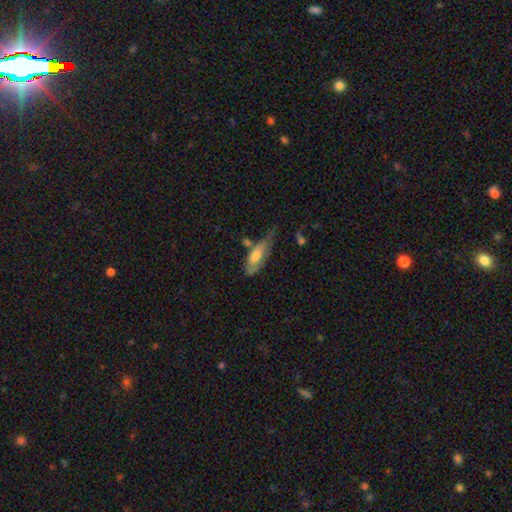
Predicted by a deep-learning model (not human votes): smooth_or_featured: smooth (p=0.55) [alt: featured or disk p=0.39]
how_rounded: in between (p=0.70) [alt: cigar-shaped p=0.27]
merging: minor disturbance (p=0.34) [alt: none p=0.28]